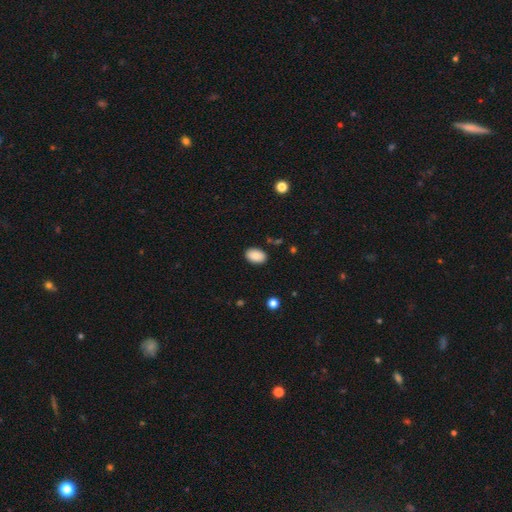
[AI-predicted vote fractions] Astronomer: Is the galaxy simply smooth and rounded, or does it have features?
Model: smooth — 88%.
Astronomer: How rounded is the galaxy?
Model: in between — 87%.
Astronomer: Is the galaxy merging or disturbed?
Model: none — 88%.